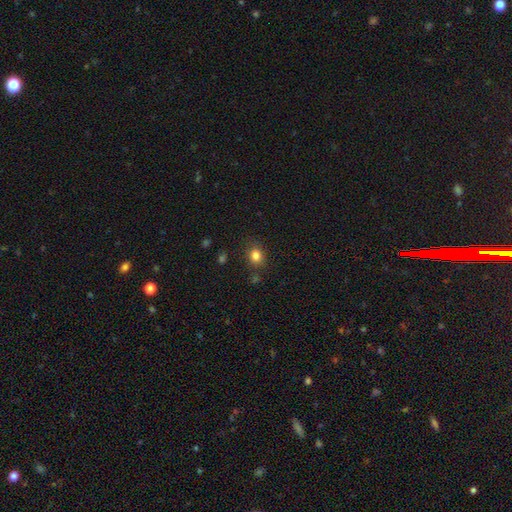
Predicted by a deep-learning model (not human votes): This appears to be a smooth galaxy with no disk features (83%) that is round (64%). Merging: none (81%).